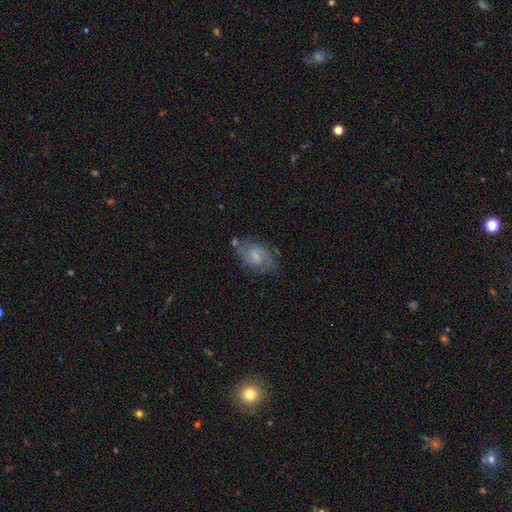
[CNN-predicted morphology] Smooth or featured: featured or disk — 75% (smooth — 18%)
Edge-on disk: no — 97% (yes — 3%)
Bar: weak — 59% (no — 29%)
Spiral arms: yes — 92% (no — 8%)
Spiral winding: medium — 51% (tight — 29%)
Spiral arm count: 2 — 77% (can't tell — 12%)
Bulge size: small — 57% (moderate — 22%)
Merging: none — 66% (minor disturbance — 20%)